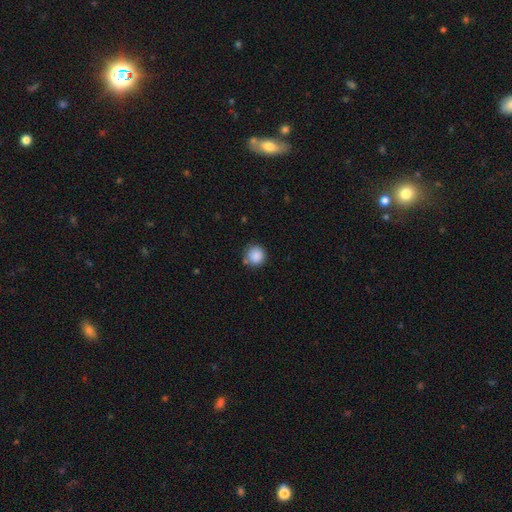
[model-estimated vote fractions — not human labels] A smooth galaxy with no disk features (88%) that is round (92%). Merging: none (78%).